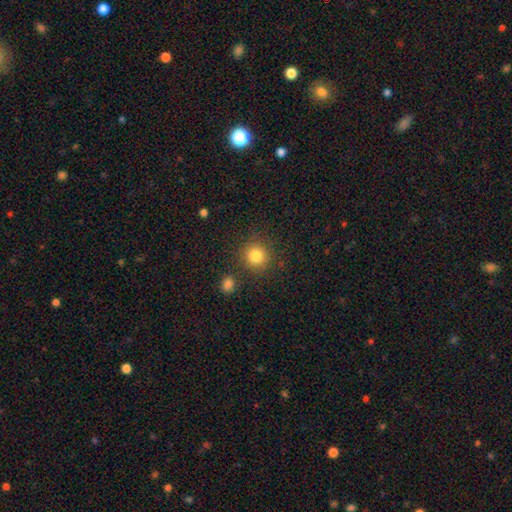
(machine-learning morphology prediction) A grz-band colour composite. It shows a smooth galaxy with no disk features (83%) that is round (92%). Merging: none (84%).